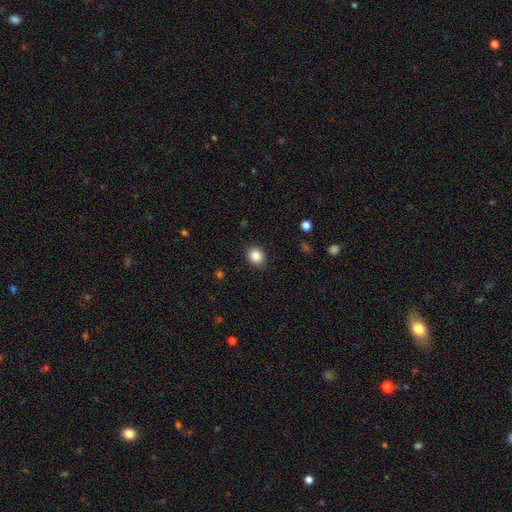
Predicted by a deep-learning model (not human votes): smooth_or_featured: smooth (p=0.87) [alt: star or artifact p=0.09]
how_rounded: round (p=0.61) [alt: in between p=0.38]
merging: none (p=0.89) [alt: minor disturbance p=0.08]